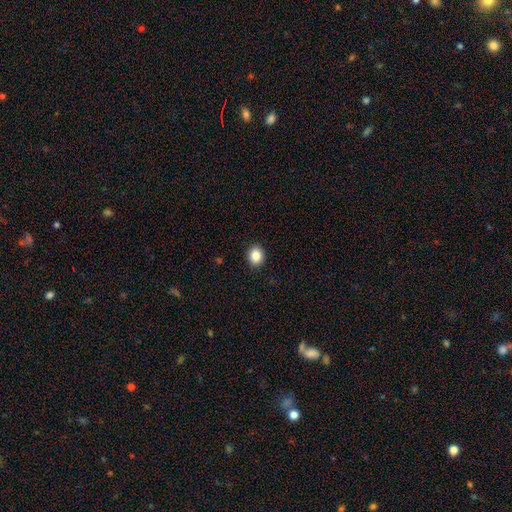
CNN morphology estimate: Overall: smooth (85%). How rounded: round (59%; in between 40%). Merging: none (91%).